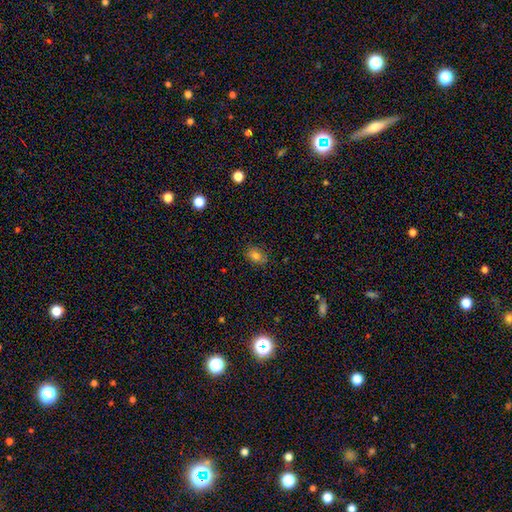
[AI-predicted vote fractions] Smooth or featured? Predicted: smooth (p=0.78). How rounded? Predicted: in between (p=0.63). Merging? Predicted: none (p=0.83).